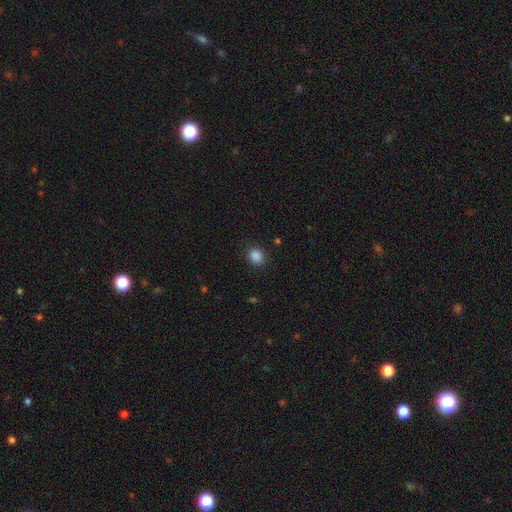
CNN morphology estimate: smooth 87%, star or artifact 11%, featured or disk 3%. Down the decision tree: how rounded — round (63%); merging — none (88%).